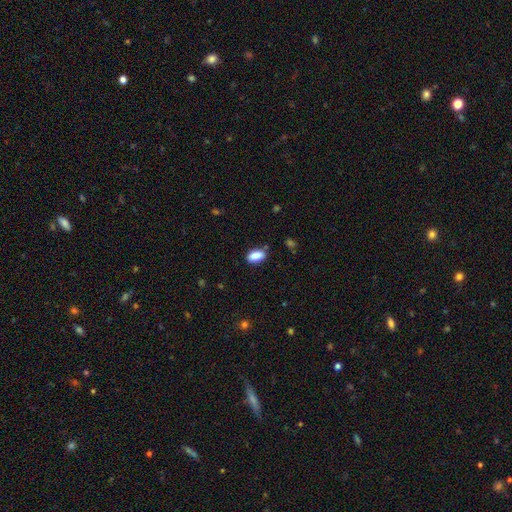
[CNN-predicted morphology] smooth_or_featured: smooth (p=0.88) [alt: star or artifact p=0.08]
how_rounded: in between (p=0.91) [alt: round p=0.05]
merging: none (p=0.81) [alt: minor disturbance p=0.14]